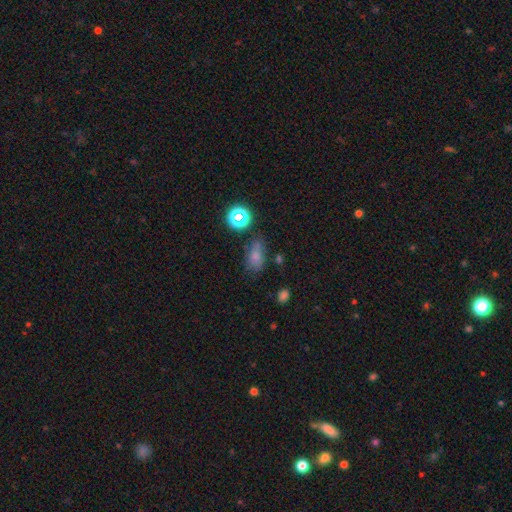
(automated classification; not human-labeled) A smooth galaxy with no disk features (69%) that is in between round and cigar-shaped (80%).

Vote fractions:
- Smooth or featured? smooth: 69% / star or artifact: 20% / featured or disk: 11%
- How rounded? in between: 80% / round: 16% / cigar-shaped: 4%
- Merging? none: 58% / minor disturbance: 26% / major disturbance: 10% / merger: 7%